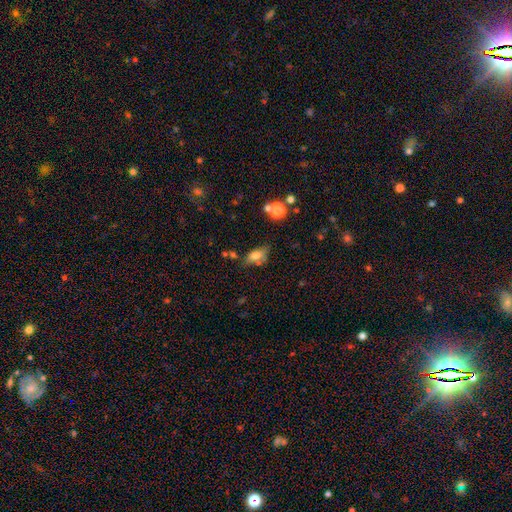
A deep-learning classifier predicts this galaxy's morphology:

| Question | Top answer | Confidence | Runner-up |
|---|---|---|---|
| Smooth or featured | smooth | 74% | featured or disk (15%) |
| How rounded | in between | 85% | round (8%) |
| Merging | none | 52% | minor disturbance (26%) |